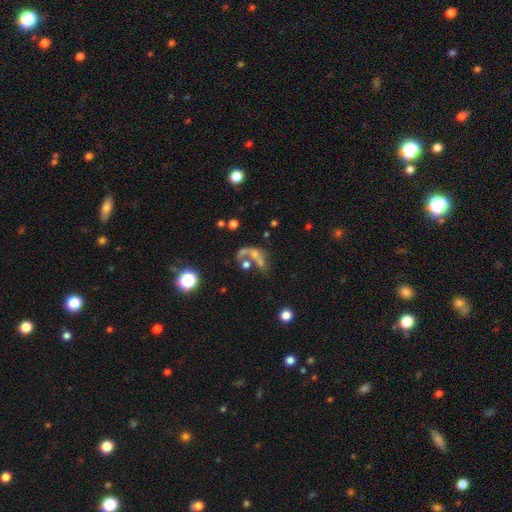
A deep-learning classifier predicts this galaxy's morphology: A featured or disk galaxy (47%).

Vote fractions:
- Smooth or featured? featured or disk: 47% / smooth: 34% / star or artifact: 19%
- Merging? merger: 43% / major disturbance: 29% / none: 19% / minor disturbance: 9%